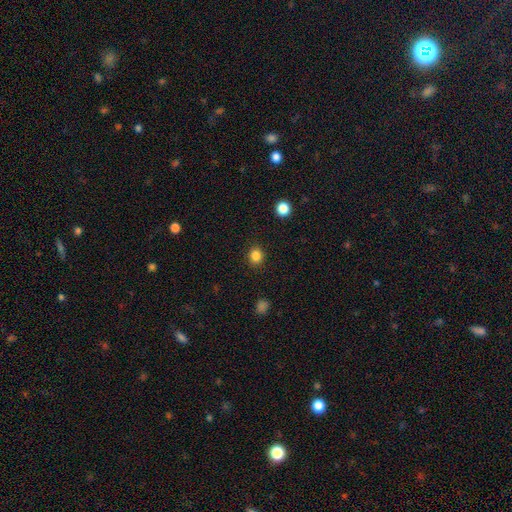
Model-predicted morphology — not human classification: smooth-or-featured: smooth: 84% | star or artifact: 12% | featured or disk: 4%
  how-rounded: round: 79% | in between: 20% | cigar-shaped: 1%
  merging: none: 90% | minor disturbance: 6% | major disturbance: 2% | merger: 1%